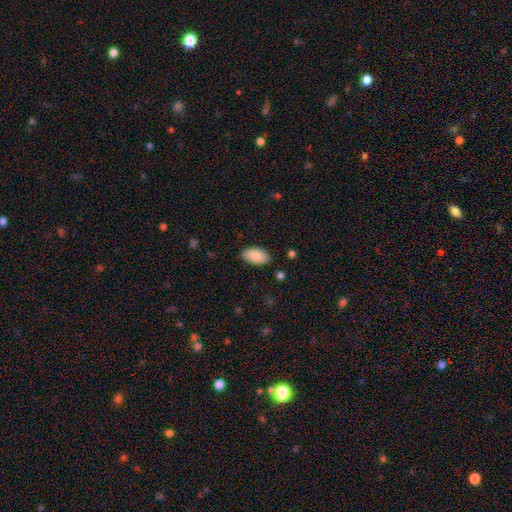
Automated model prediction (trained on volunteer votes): Smooth or featured? smooth (87%)
How rounded? in between (95%)
Merging? none (86%)